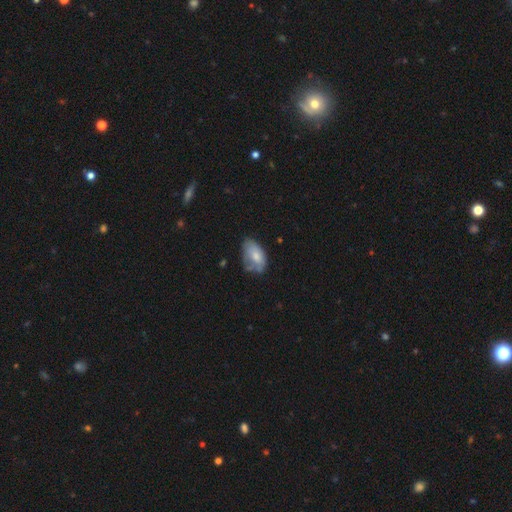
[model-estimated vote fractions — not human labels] Smooth or featured? Predicted: smooth (p=0.69). How rounded? Predicted: in between (p=0.92). Merging? Predicted: none (p=0.48).